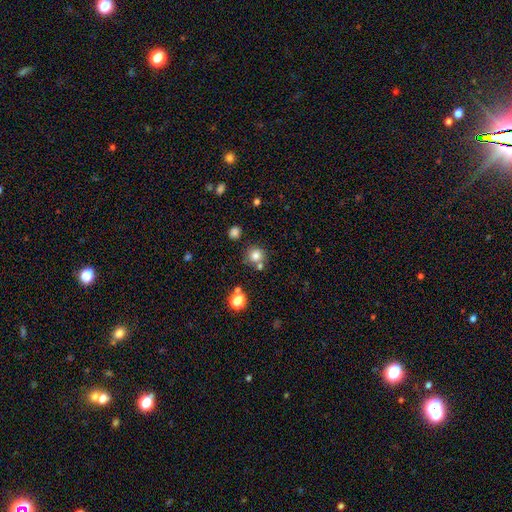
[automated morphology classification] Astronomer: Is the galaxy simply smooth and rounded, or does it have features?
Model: smooth — 78%.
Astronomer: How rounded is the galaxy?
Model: round — 91%.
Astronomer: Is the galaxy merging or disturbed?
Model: none — 71%.